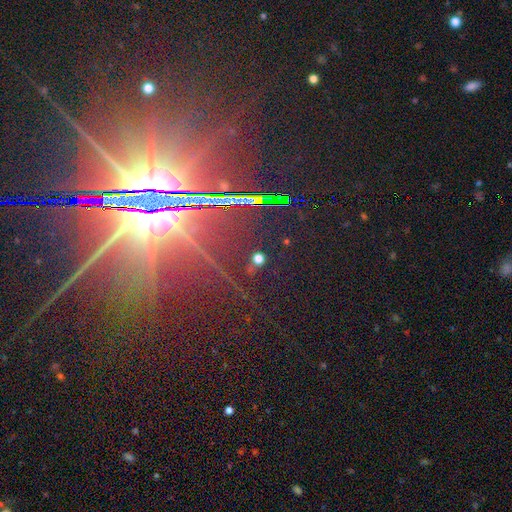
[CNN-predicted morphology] Smooth or featured: star or artifact — 84% (featured or disk — 10%)